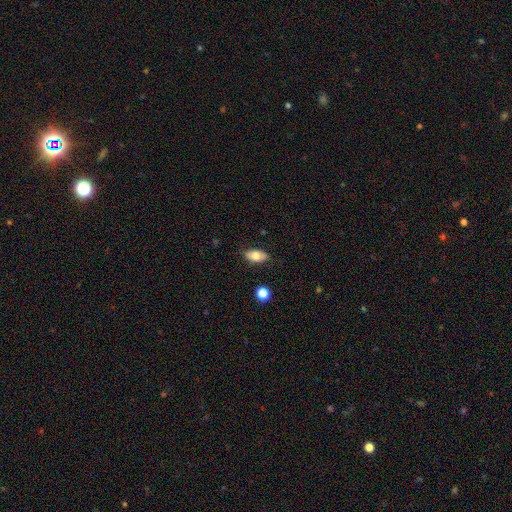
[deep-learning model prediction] smooth 73%, featured or disk 19%, star or artifact 8%. Down the decision tree: how rounded — in between (90%); merging — none (82%).